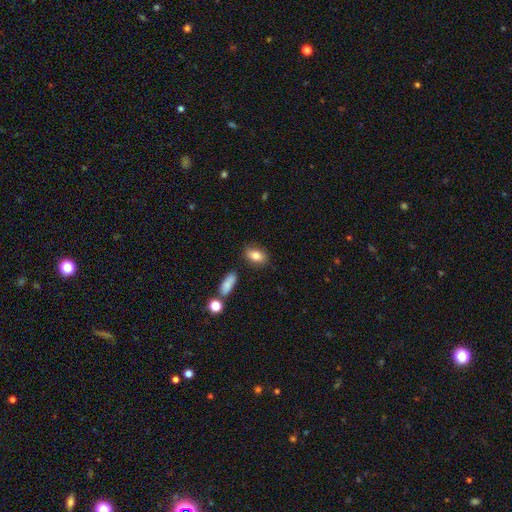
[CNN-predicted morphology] Smooth or featured: smooth — 81% (featured or disk — 11%)
How rounded: in between — 84% (round — 11%)
Merging: none — 82% (minor disturbance — 11%)